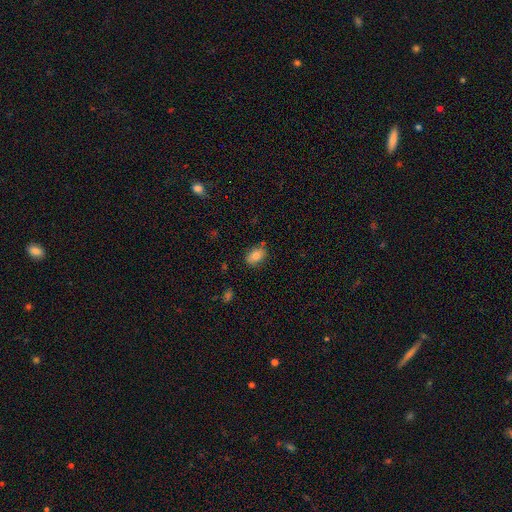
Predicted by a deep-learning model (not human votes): Overall: smooth (82%). How rounded: in between (85%). Merging: none (78%).